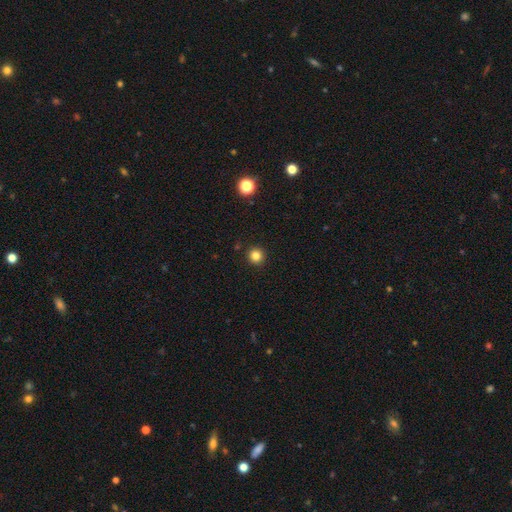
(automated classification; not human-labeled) smooth 83%, star or artifact 13%, featured or disk 4%. Down the decision tree: how rounded — round (95%); merging — none (93%).